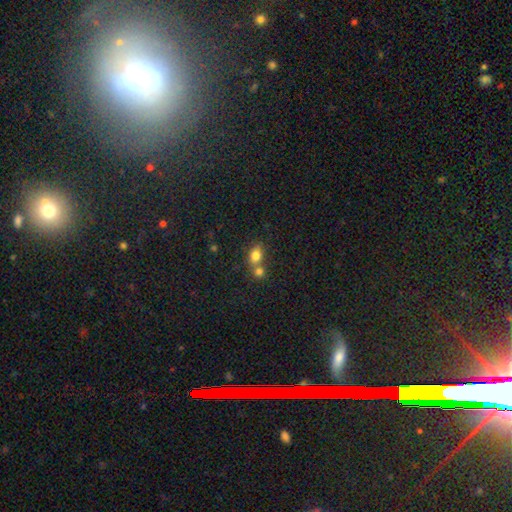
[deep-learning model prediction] Morphology: type=smooth (80%); roundness=in between (62%); merging=merger (50%).